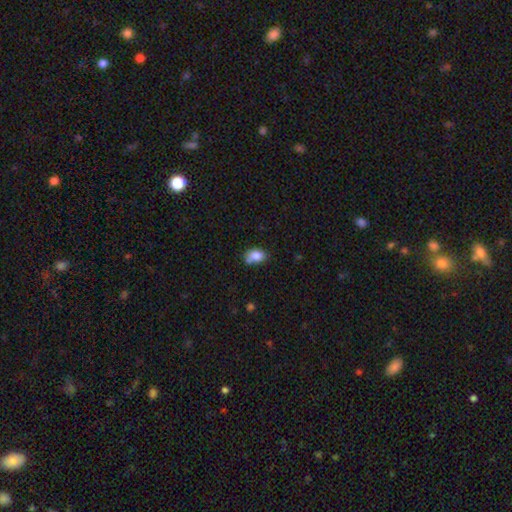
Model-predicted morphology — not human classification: Smooth or featured?
  - smooth: 83% *
  - star or artifact: 9%
  - featured or disk: 8%
How rounded?
  - in between: 79% *
  - round: 20%
  - cigar-shaped: 1%
Merging?
  - none: 50% *
  - minor disturbance: 25%
  - merger: 18%
  - major disturbance: 7%